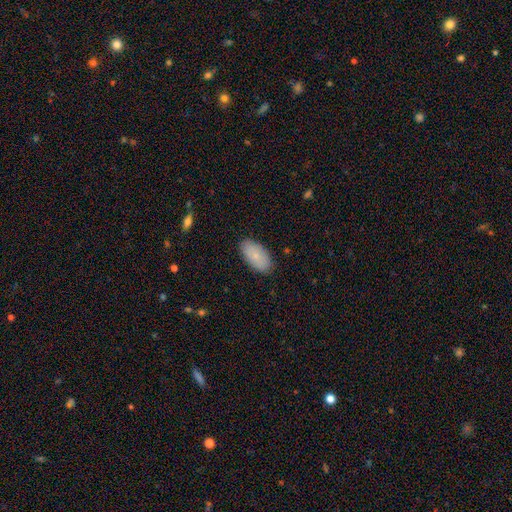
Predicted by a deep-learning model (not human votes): Smooth or featured?
  - smooth: 84% *
  - featured or disk: 10%
  - star or artifact: 6%
How rounded?
  - in between: 95% *
  - cigar-shaped: 3%
  - round: 3%
Merging?
  - none: 87% *
  - minor disturbance: 10%
  - major disturbance: 2%
  - merger: 1%